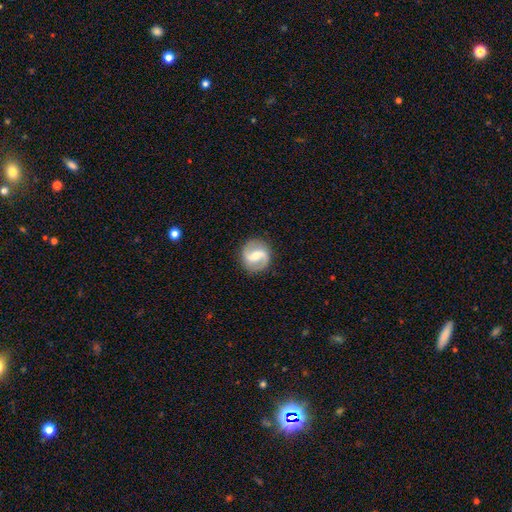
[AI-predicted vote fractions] Overall: featured or disk (80%). Edge-on disk: no (98%). Bar: weak (43%; strong 42%). Spiral arms: yes (92%). Spiral arm count: 2 (92%). Spiral winding: medium (46%; loose 35%). Bulge size: moderate (53%; small 37%). Merging: none (87%).